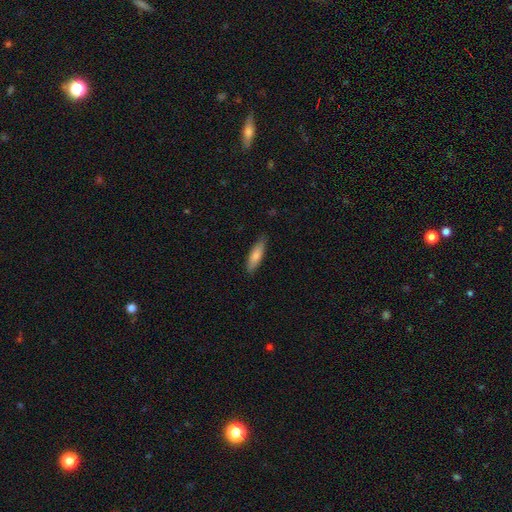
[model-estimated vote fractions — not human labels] smooth 76%, featured or disk 18%, star or artifact 6%. Down the decision tree: how rounded — cigar-shaped (59%); merging — none (84%).